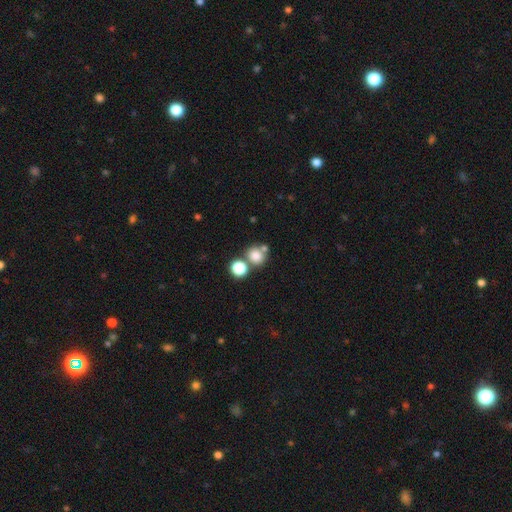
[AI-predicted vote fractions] A smooth galaxy with no disk features (78%) that is round (84%).

Vote fractions:
- Smooth or featured? smooth: 78% / star or artifact: 13% / featured or disk: 8%
- How rounded? round: 84% / in between: 15% / cigar-shaped: 1%
- Merging? none: 55% / merger: 32% / minor disturbance: 9% / major disturbance: 4%